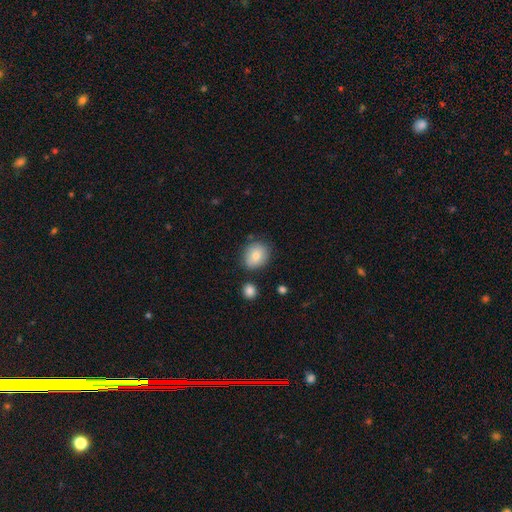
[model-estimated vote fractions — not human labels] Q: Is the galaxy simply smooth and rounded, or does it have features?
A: smooth — 79%.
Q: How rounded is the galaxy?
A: round — 70%.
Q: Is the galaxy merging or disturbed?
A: none — 76%.